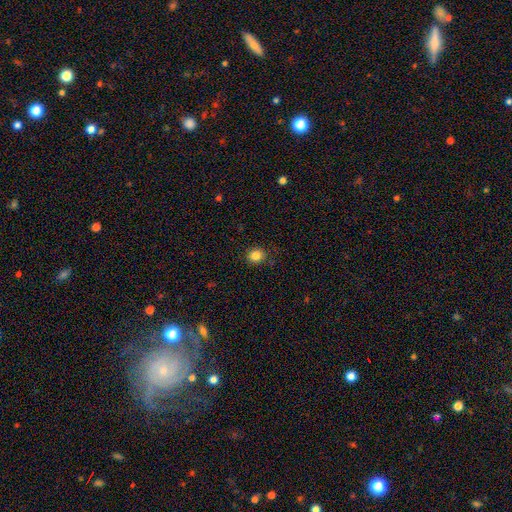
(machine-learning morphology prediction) Q: Smooth or featured?
A: smooth (84%); runner-up: star or artifact (11%)
Q: How rounded?
A: round (83%); runner-up: in between (16%)
Q: Merging?
A: none (87%); runner-up: minor disturbance (10%)